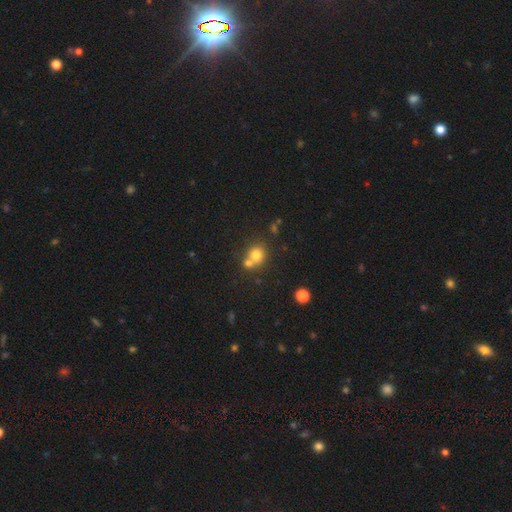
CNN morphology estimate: Smooth or featured: smooth — 74% (star or artifact — 14%)
How rounded: round — 81% (in between — 18%)
Merging: none — 45% (merger — 44%)